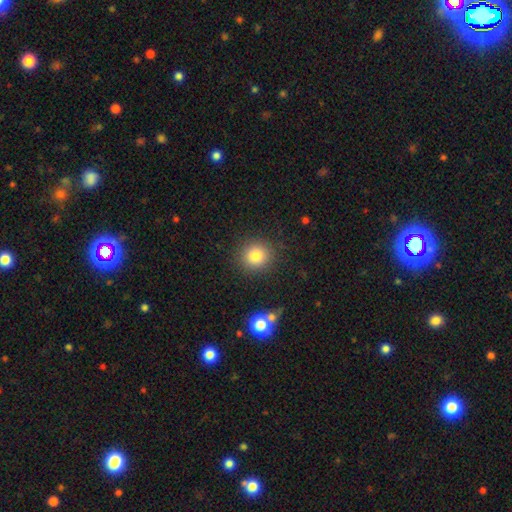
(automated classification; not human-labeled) A smooth galaxy with no disk features (81%) that is round (90%).

Vote fractions:
- Smooth or featured? smooth: 81% / star or artifact: 12% / featured or disk: 7%
- How rounded? round: 90% / in between: 9% / cigar-shaped: 1%
- Merging? none: 87% / minor disturbance: 7% / major disturbance: 3% / merger: 3%